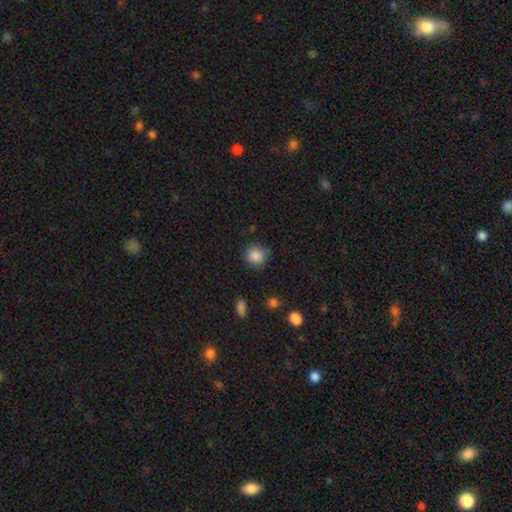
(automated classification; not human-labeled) This appears to be a smooth galaxy with no disk features (87%) that is round (89%). Merging: none (82%).